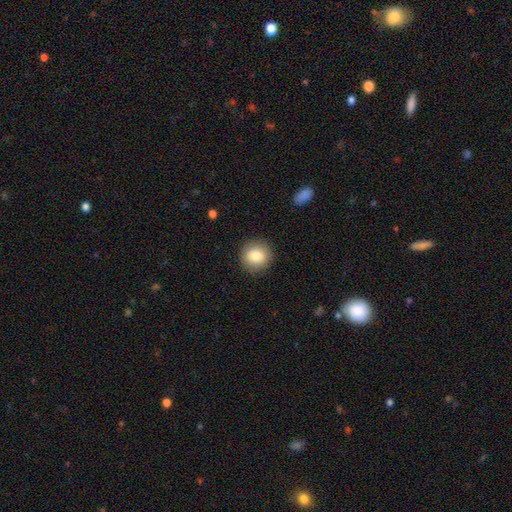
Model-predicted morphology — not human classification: type=smooth (83%); roundness=round (92%); merging=none (90%).